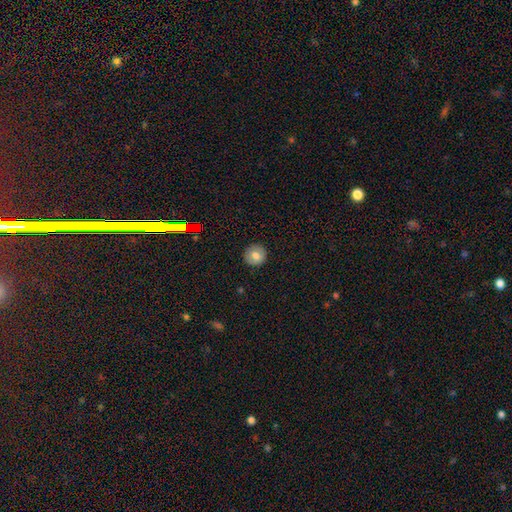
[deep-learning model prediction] A smooth galaxy with no disk features (76%) that is round (94%).

Vote fractions:
- Smooth or featured? smooth: 76% / featured or disk: 15% / star or artifact: 9%
- How rounded? round: 94% / in between: 5% / cigar-shaped: 1%
- Merging? none: 91% / minor disturbance: 6% / major disturbance: 2% / merger: 1%